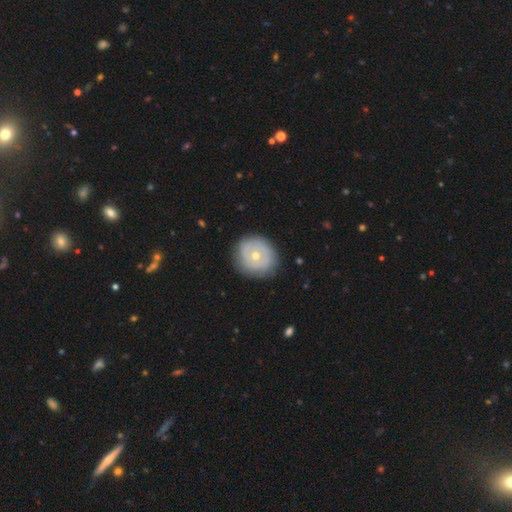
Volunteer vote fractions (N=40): Overall: featured or disk (65%; smooth 28%). Edge-on disk: no (96%). Bar: no (88%). Spiral arms: yes (84%). Spiral arm count: can't tell (43%; 4 24%). Spiral winding: tight (81%). Bulge size: moderate (72%). Merging: none (86%).